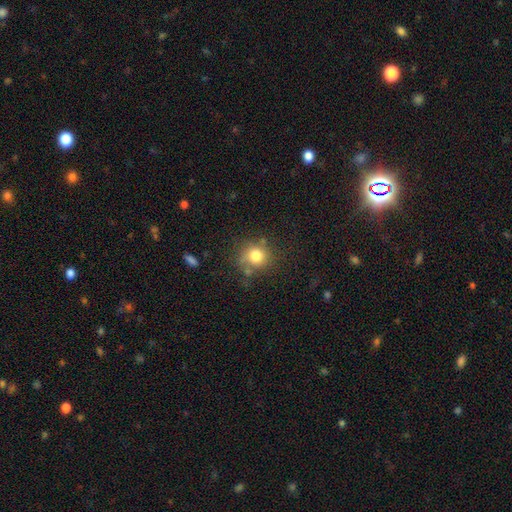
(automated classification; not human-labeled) Smooth or featured: smooth — 79% (star or artifact — 11%)
How rounded: round — 85% (in between — 14%)
Merging: none — 67% (minor disturbance — 19%)